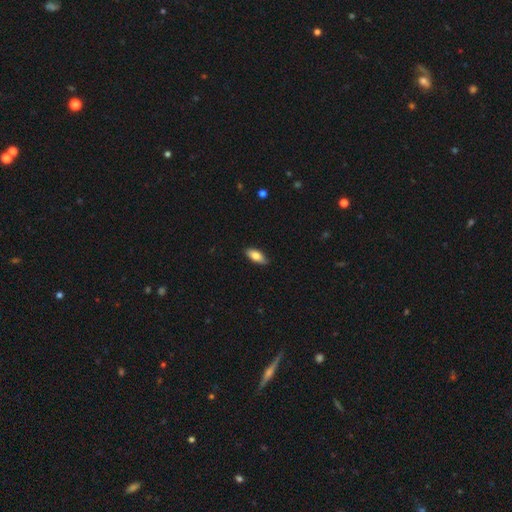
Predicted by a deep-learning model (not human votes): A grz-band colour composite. It shows a smooth galaxy with no disk features (76%) that is in between round and cigar-shaped (81%). Merging: none (86%).